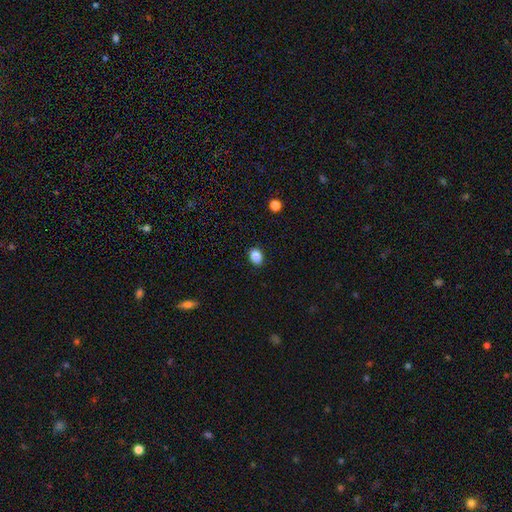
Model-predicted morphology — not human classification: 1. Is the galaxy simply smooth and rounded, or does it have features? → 86% smooth, 10% star or artifact, 4% featured or disk.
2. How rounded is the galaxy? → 63% in between, 36% round, 1% cigar-shaped.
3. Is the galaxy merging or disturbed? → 88% none, 9% minor disturbance, 2% major disturbance, 1% merger.